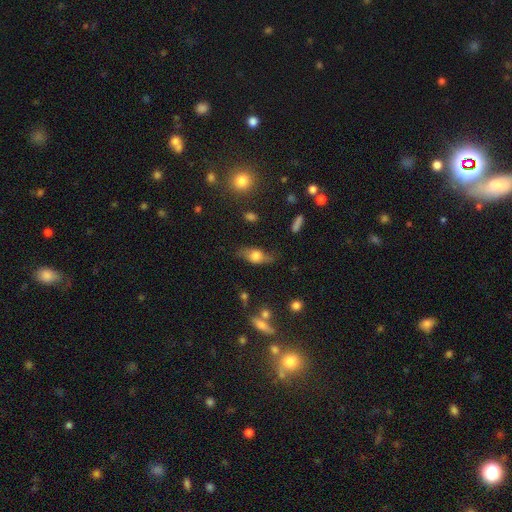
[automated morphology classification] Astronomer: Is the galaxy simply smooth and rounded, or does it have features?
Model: smooth — 55% (runner-up: featured or disk, 35%).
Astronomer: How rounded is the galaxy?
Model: in between — 76%.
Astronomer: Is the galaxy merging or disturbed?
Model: none — 66%.